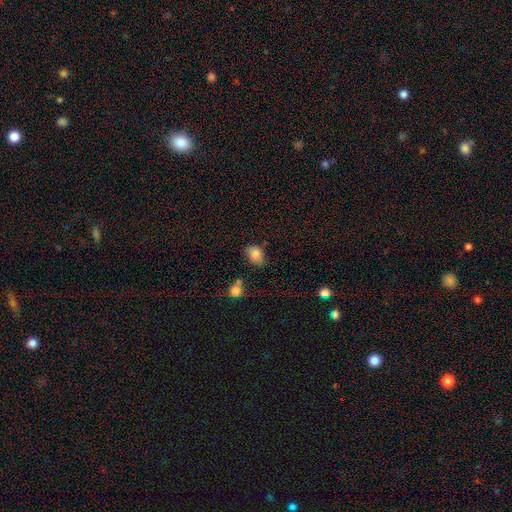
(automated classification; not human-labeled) Smooth or featured? Predicted: smooth (p=0.84). How rounded? Predicted: in between (p=0.76). Merging? Predicted: none (p=0.68).